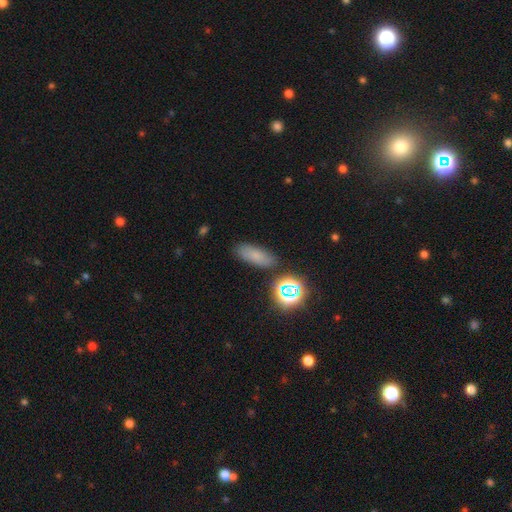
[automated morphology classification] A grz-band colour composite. It shows a smooth galaxy with no disk features (70%) that is in between round and cigar-shaped (71%). Merging: none (81%).